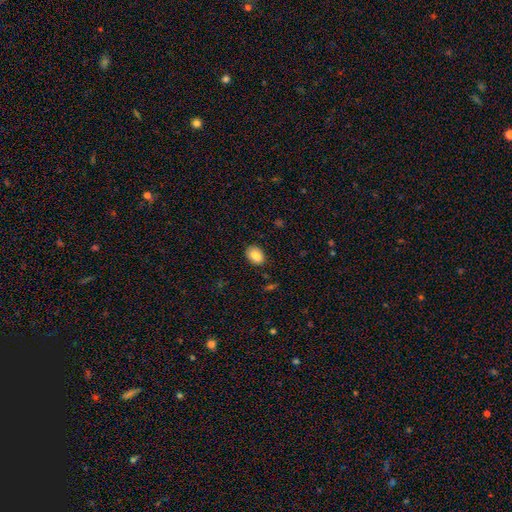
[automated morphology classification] A smooth galaxy with no disk features (85%) that is in between round and cigar-shaped (75%).

Vote fractions:
- Smooth or featured? smooth: 85% / star or artifact: 8% / featured or disk: 7%
- How rounded? in between: 75% / round: 23% / cigar-shaped: 1%
- Merging? none: 81% / minor disturbance: 14% / major disturbance: 3% / merger: 2%